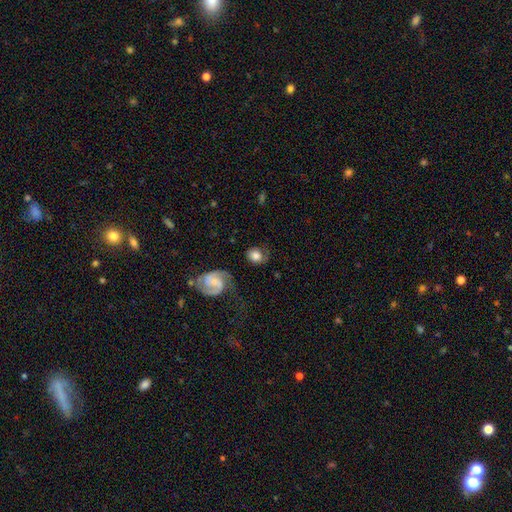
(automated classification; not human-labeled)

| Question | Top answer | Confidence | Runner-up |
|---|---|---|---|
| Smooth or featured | smooth | 61% | featured or disk (31%) |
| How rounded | round | 67% | in between (32%) |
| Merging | none | 65% | minor disturbance (19%) |